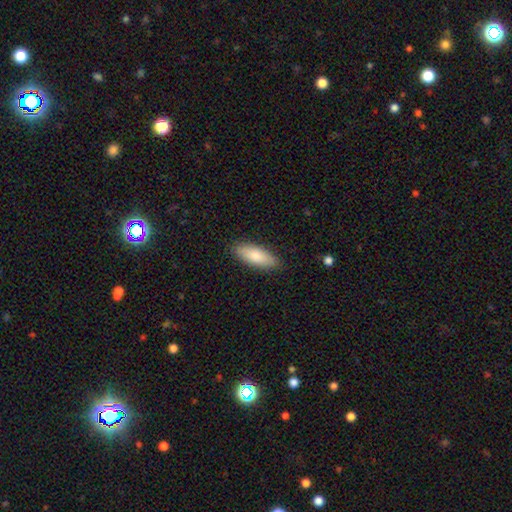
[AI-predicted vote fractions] This is clearly a smooth galaxy (82%). How rounded: likely in between (72%). Merging: clearly none (87%).